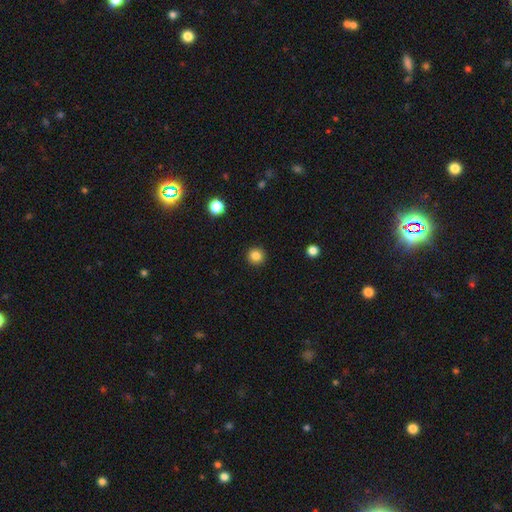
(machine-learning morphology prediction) smooth 84%, star or artifact 11%, featured or disk 5%. Down the decision tree: how rounded — round (95%); merging — none (93%).